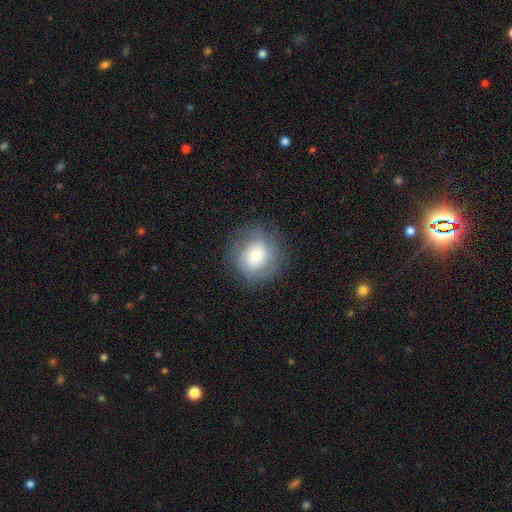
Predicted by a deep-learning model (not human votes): Overall: smooth (61%; featured or disk 29%). How rounded: round (79%). Merging: none (74%).